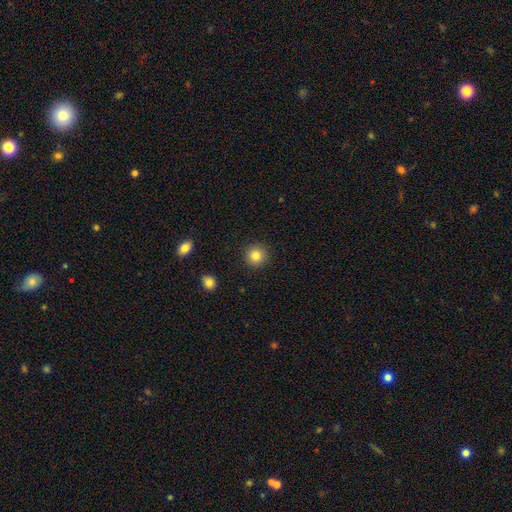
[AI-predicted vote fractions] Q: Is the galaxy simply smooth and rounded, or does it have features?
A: smooth — 83%.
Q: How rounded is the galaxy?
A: round — 94%.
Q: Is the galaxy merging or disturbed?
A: none — 92%.